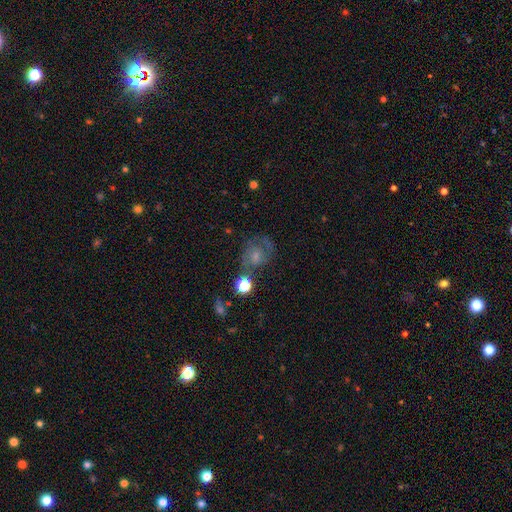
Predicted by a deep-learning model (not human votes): A featured or disk galaxy (48%). Merging: none (53%).